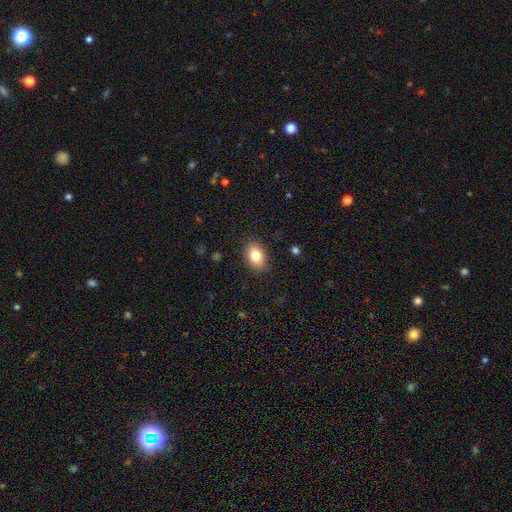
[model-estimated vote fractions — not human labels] smooth-or-featured: smooth: 82% | featured or disk: 9% | star or artifact: 9%
  how-rounded: in between: 75% | round: 24% | cigar-shaped: 1%
  merging: none: 87% | minor disturbance: 10% | major disturbance: 2% | merger: 1%